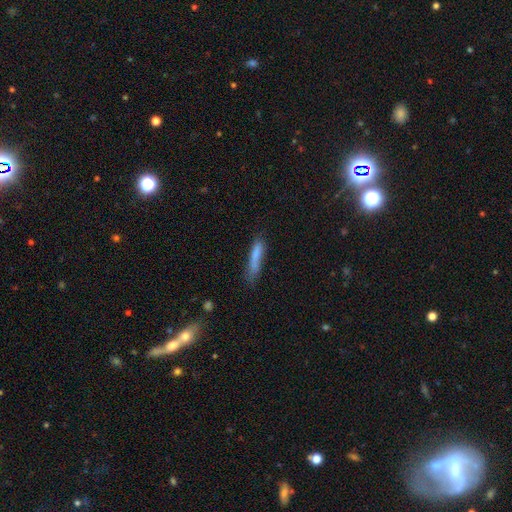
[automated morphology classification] Overall: smooth (78%). How rounded: cigar-shaped (87%). Merging: none (60%; minor disturbance 26%).